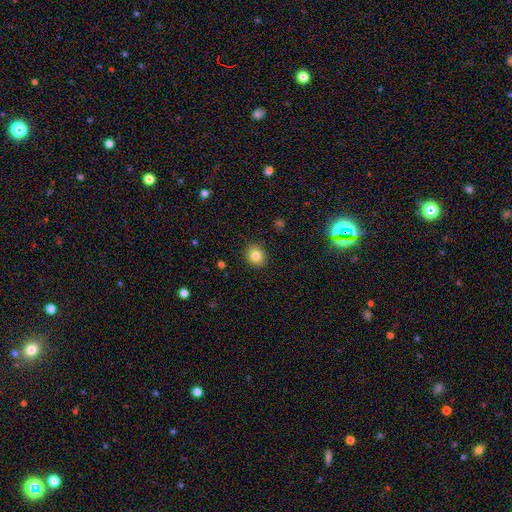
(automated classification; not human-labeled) Q: Smooth or featured?
A: smooth (83%); runner-up: star or artifact (10%)
Q: How rounded?
A: round (73%); runner-up: in between (26%)
Q: Merging?
A: none (90%); runner-up: minor disturbance (7%)